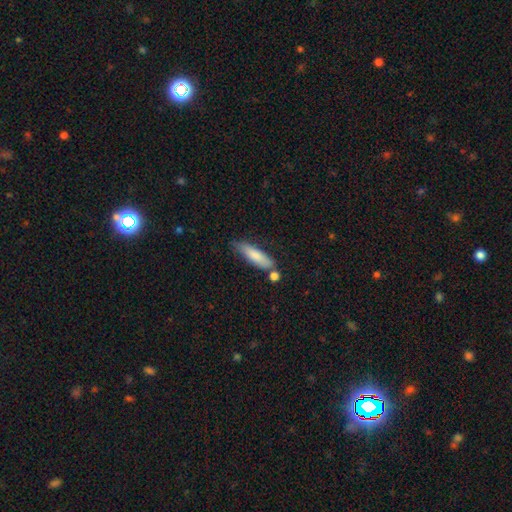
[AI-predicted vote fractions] This is likely a smooth galaxy (79%). How rounded: likely cigar-shaped (61%). Merging: likely none (60%).